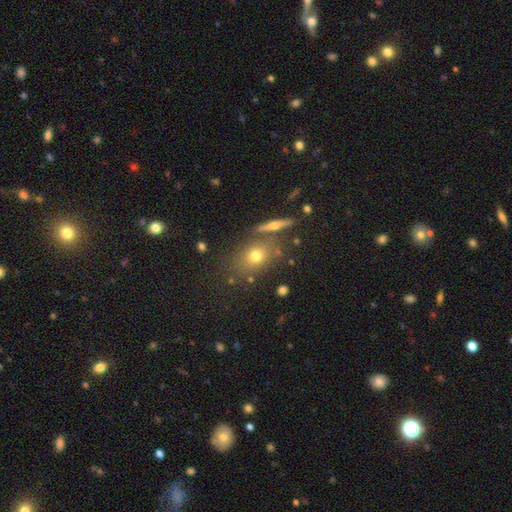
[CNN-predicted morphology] This is likely a smooth galaxy (66%). How rounded: possibly in between (52%). Merging: likely none (72%).